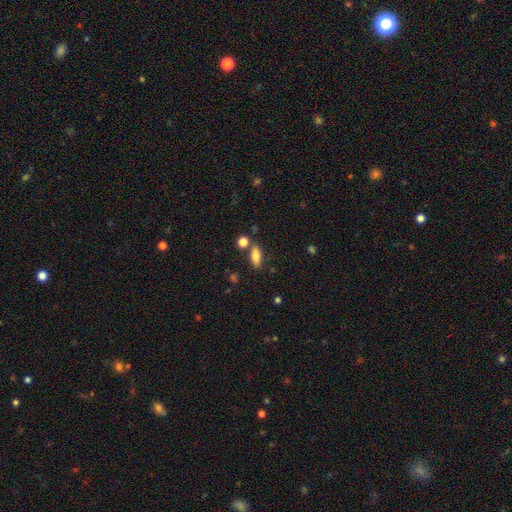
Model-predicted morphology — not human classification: Q: Smooth or featured?
A: smooth (76%); runner-up: featured or disk (15%)
Q: How rounded?
A: in between (73%); runner-up: cigar-shaped (22%)
Q: Merging?
A: none (76%); runner-up: minor disturbance (11%)